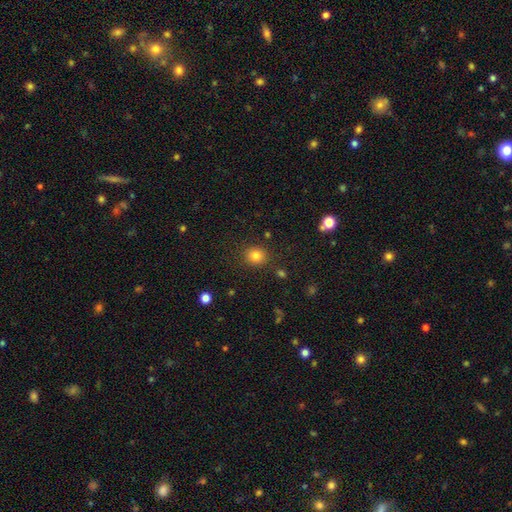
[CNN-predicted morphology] smooth 81%, star or artifact 13%, featured or disk 6%. Down the decision tree: how rounded — round (82%); merging — none (87%).